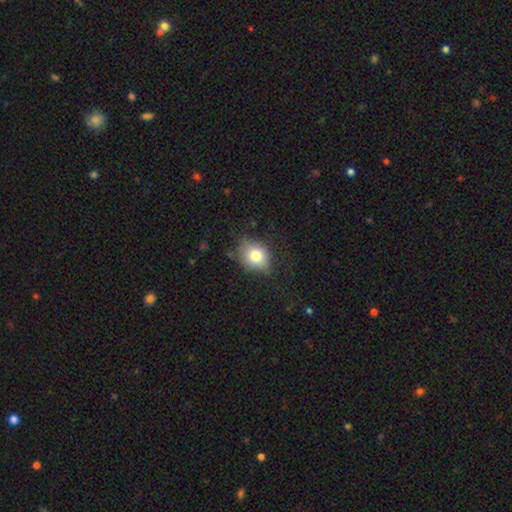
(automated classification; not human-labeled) A smooth galaxy with no disk features (78%) that is in between round and cigar-shaped (53%). Merging: none (71%).